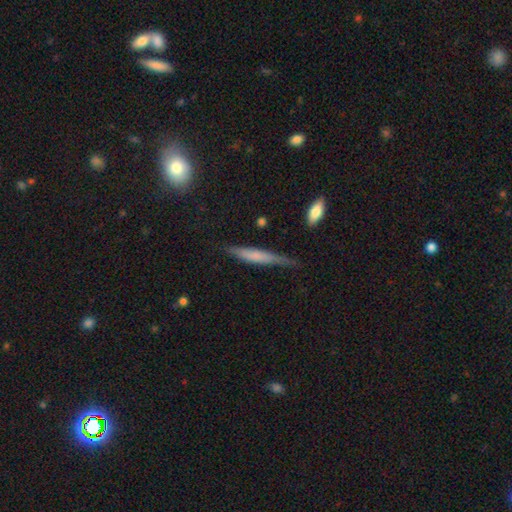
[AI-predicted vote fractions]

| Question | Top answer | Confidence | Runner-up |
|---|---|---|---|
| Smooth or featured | smooth | 57% | featured or disk (36%) |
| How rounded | cigar-shaped | 91% | in between (7%) |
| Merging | none | 69% | minor disturbance (24%) |